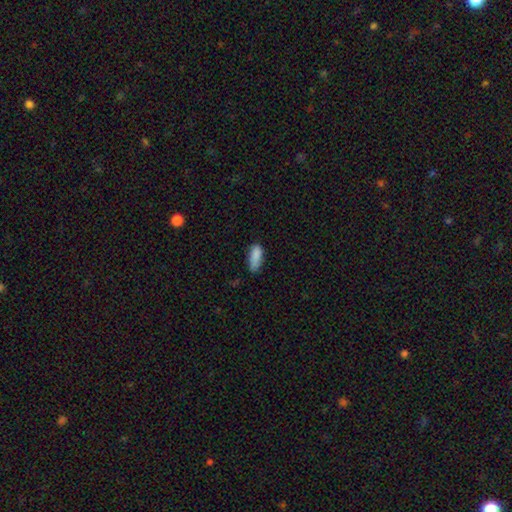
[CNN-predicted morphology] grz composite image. It shows a smooth galaxy with no disk features (87%) that is in between round and cigar-shaped (75%). Merging: none (56%).